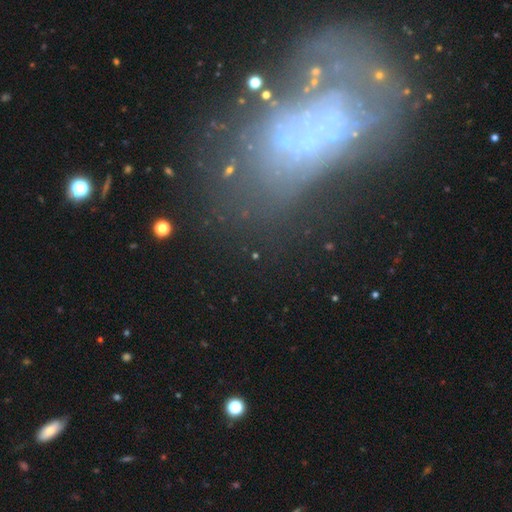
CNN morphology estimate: Smooth or featured?
  - star or artifact: 53% *
  - smooth: 26%
  - featured or disk: 22%